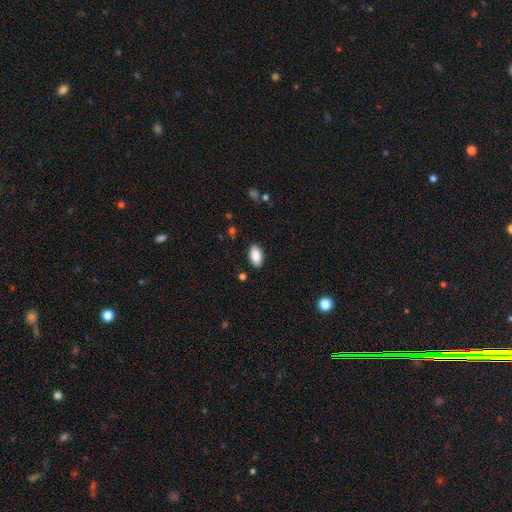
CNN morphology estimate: Smooth or featured?
  - smooth: 87% *
  - star or artifact: 7%
  - featured or disk: 6%
How rounded?
  - in between: 94% *
  - round: 3%
  - cigar-shaped: 2%
Merging?
  - none: 87% *
  - minor disturbance: 9%
  - major disturbance: 2%
  - merger: 1%